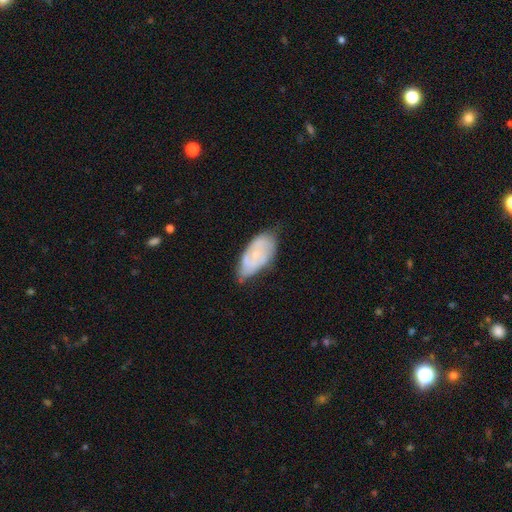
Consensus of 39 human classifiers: Smooth or featured: featured or disk — 56% (smooth — 38%)
Edge-on disk: no — 86% (yes — 14%)
Bar: no — 84% (weak — 11%)
Spiral arms: no — 53% (yes — 47%)
Bulge size: small — 84% (moderate — 16%)
Merging: none — 65% (minor disturbance — 32%)